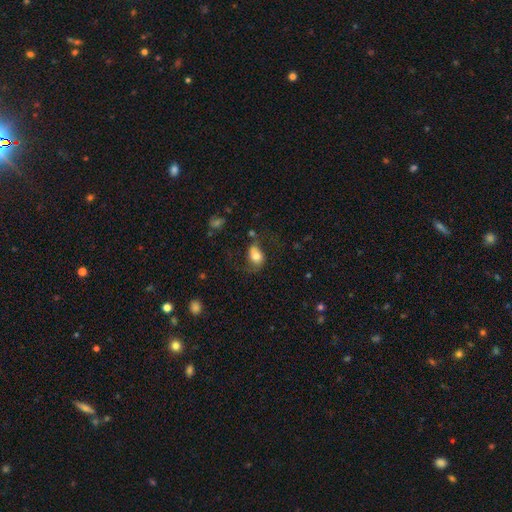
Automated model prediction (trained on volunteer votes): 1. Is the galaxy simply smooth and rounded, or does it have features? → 63% smooth, 27% featured or disk, 9% star or artifact.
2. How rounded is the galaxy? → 78% in between, 20% round, 2% cigar-shaped.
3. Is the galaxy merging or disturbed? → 48% none, 25% minor disturbance, 22% major disturbance, 4% merger.